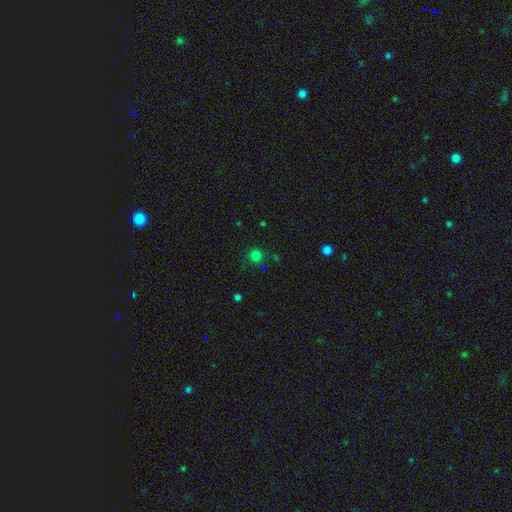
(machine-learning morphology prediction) Smooth or featured? smooth (73%)
How rounded? round (89%)
Merging? none (81%)